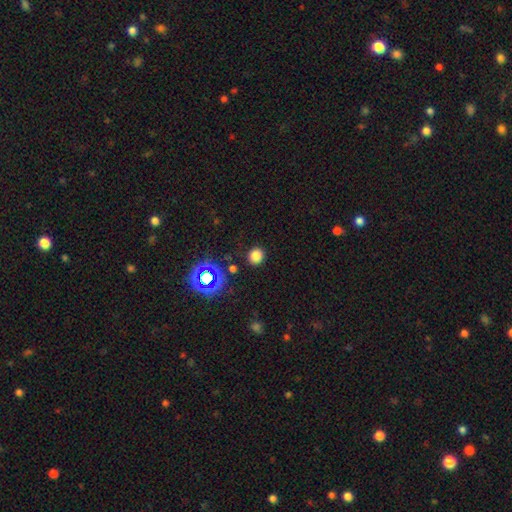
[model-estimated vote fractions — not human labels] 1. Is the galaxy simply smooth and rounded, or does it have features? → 76% smooth, 19% star or artifact, 5% featured or disk.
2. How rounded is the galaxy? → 86% round, 13% in between, 1% cigar-shaped.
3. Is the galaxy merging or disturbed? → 88% none, 7% minor disturbance, 3% major disturbance, 2% merger.